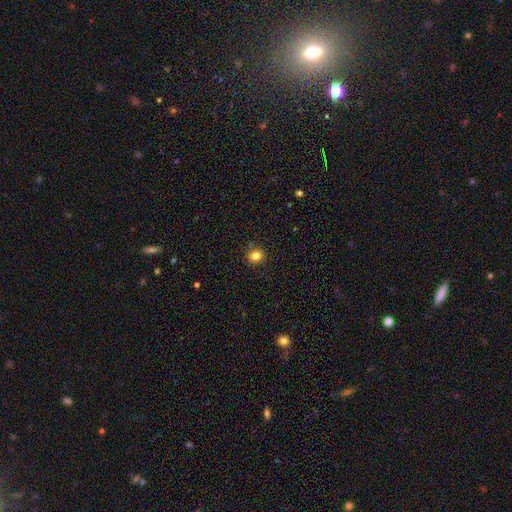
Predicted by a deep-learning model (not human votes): A smooth galaxy with no disk features (83%) that is round (83%). Merging: none (88%).